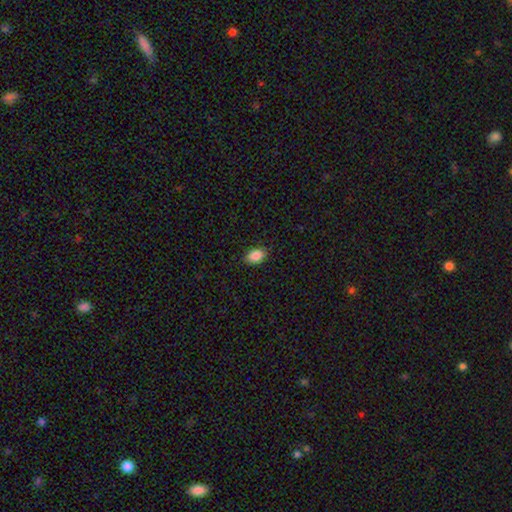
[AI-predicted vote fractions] Smooth or featured? smooth (89%)
How rounded? in between (87%)
Merging? none (88%)